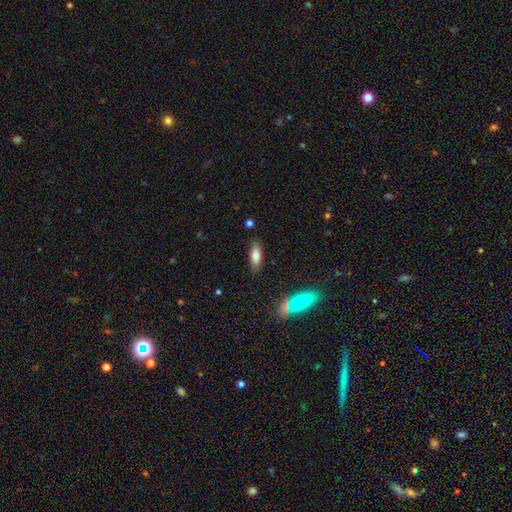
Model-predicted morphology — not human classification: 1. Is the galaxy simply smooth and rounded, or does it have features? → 77% smooth, 15% featured or disk, 8% star or artifact.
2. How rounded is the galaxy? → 74% in between, 24% cigar-shaped, 2% round.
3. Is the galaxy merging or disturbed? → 82% none, 13% minor disturbance, 3% major disturbance, 3% merger.